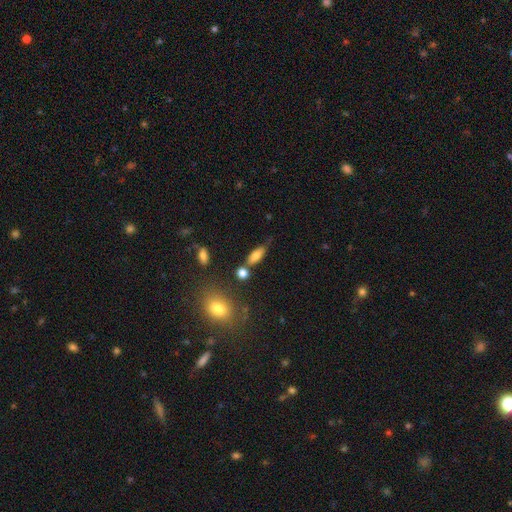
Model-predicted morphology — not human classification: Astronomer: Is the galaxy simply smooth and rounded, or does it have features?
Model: smooth — 73%.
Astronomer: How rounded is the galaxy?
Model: in between — 65%.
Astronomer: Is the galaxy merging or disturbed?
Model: none — 58%.